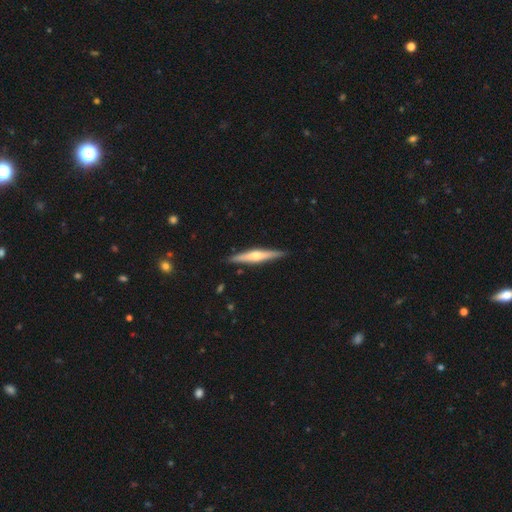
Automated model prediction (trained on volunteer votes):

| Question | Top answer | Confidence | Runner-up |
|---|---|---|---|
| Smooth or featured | featured or disk | 60% | smooth (34%) |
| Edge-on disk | yes | 96% | no (4%) |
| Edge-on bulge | rounded | 85% | none (9%) |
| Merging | none | 89% | minor disturbance (8%) |